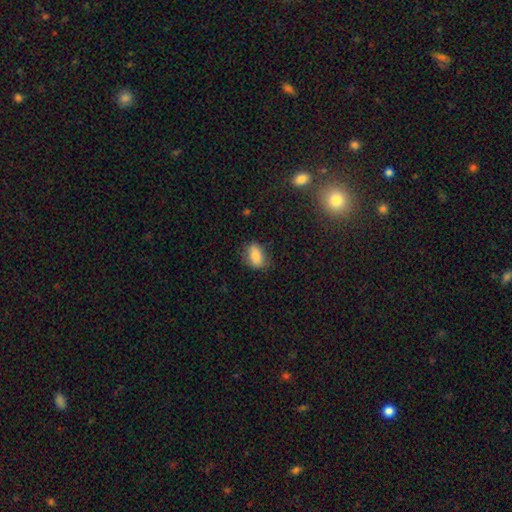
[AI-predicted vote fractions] Q: Smooth or featured?
A: smooth (82%); runner-up: featured or disk (10%)
Q: How rounded?
A: in between (85%); runner-up: round (12%)
Q: Merging?
A: none (74%); runner-up: minor disturbance (20%)